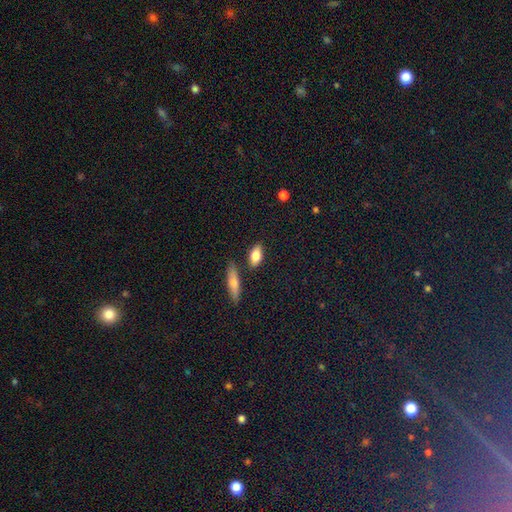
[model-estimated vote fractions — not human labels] smooth-or-featured: smooth: 81% | featured or disk: 12% | star or artifact: 7%
  how-rounded: in between: 84% | cigar-shaped: 11% | round: 6%
  merging: none: 81% | minor disturbance: 11% | merger: 6% | major disturbance: 3%